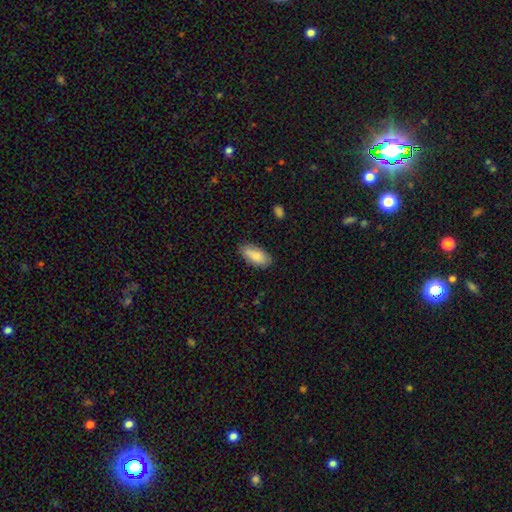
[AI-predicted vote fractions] Overall: smooth (85%). How rounded: in between (85%). Merging: none (78%).